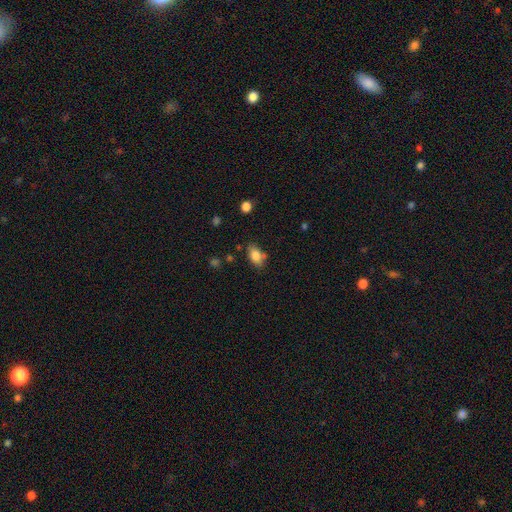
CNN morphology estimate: This is clearly a smooth galaxy (82%). How rounded: clearly in between (88%). Merging: likely none (70%).